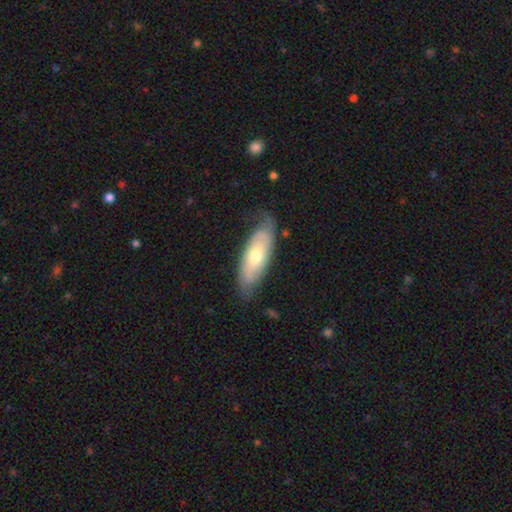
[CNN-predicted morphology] Q: Smooth or featured?
A: featured or disk (48%); runner-up: smooth (46%)
Q: Merging?
A: none (65%); runner-up: minor disturbance (26%)